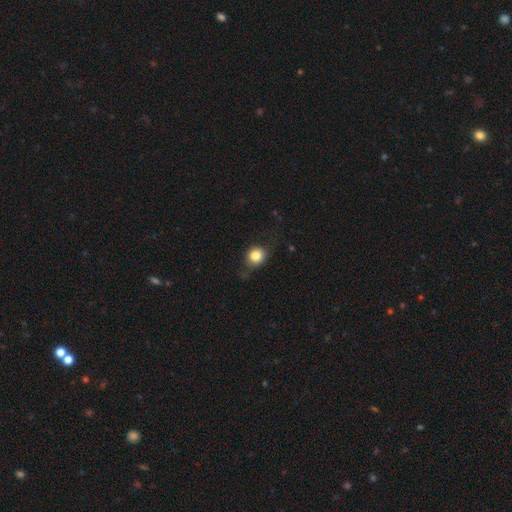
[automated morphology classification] The model was most divided on "merging": none: 71%, minor disturbance: 20%, major disturbance: 7%, merger: 1%. More confident: smooth or featured — smooth (81%); how rounded — round (79%).